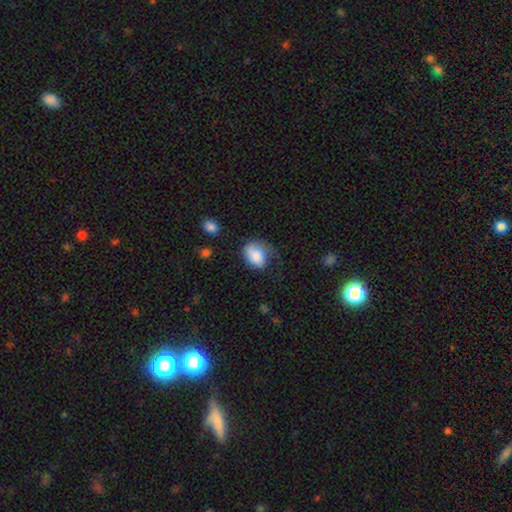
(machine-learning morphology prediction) Q: Smooth or featured?
A: smooth (78%); runner-up: featured or disk (16%)
Q: How rounded?
A: in between (76%); runner-up: round (22%)
Q: Merging?
A: none (38%); runner-up: minor disturbance (30%)